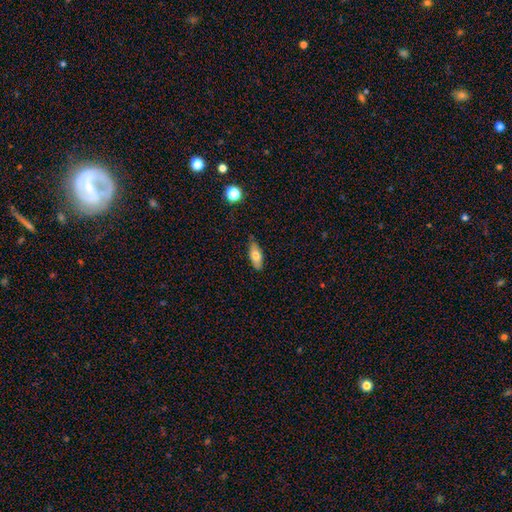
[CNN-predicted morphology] A smooth galaxy with no disk features (73%) that is in between round and cigar-shaped (77%).

Vote fractions:
- Smooth or featured? smooth: 73% / featured or disk: 20% / star or artifact: 7%
- How rounded? in between: 77% / cigar-shaped: 20% / round: 3%
- Merging? none: 78% / minor disturbance: 18% / major disturbance: 3% / merger: 2%